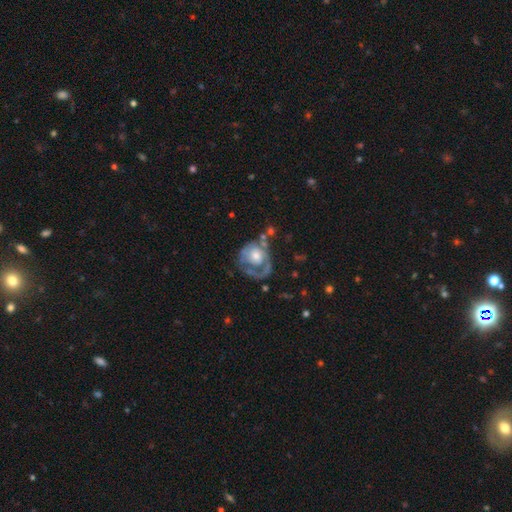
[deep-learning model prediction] featured or disk 67%, smooth 27%, star or artifact 6%. Down the decision tree: edge-on disk — no (97%); bar — no (82%); spiral arms — yes (64%); bulge size — moderate (54%); merging — none (40%).